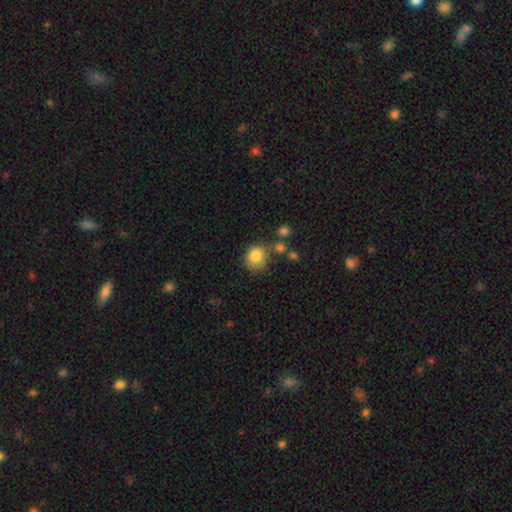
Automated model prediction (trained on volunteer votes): Q: Smooth or featured?
A: smooth (82%); runner-up: star or artifact (10%)
Q: How rounded?
A: round (84%); runner-up: in between (15%)
Q: Merging?
A: none (63%); runner-up: minor disturbance (19%)